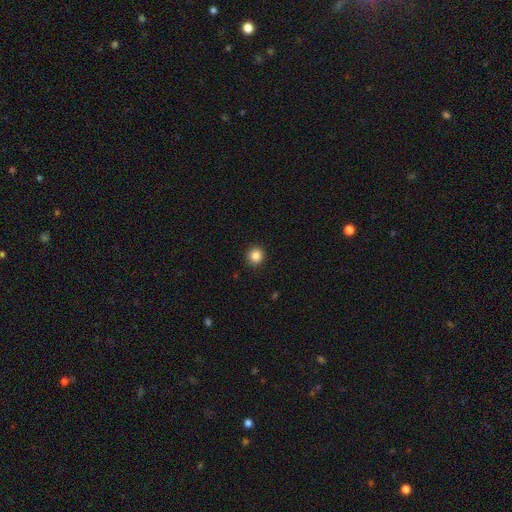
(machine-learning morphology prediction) This appears to be a smooth galaxy with no disk features (86%) that is round (91%). Merging: none (92%).